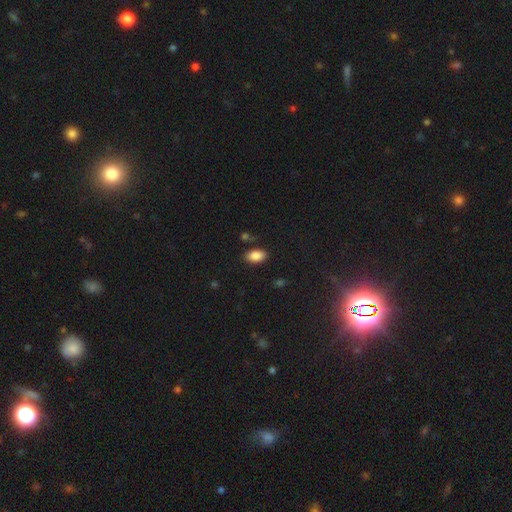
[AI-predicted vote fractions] Smooth or featured? smooth (87%)
How rounded? in between (93%)
Merging? none (83%)